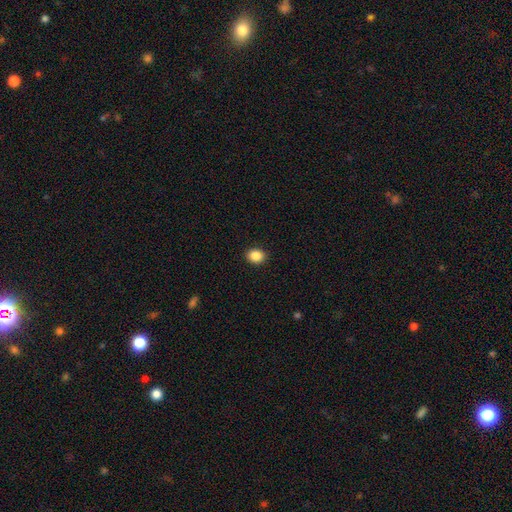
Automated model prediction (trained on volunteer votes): Smooth or featured?
  - smooth: 88% *
  - star or artifact: 9%
  - featured or disk: 3%
How rounded?
  - round: 54% *
  - in between: 45%
  - cigar-shaped: 1%
Merging?
  - none: 91% *
  - minor disturbance: 6%
  - major disturbance: 2%
  - merger: 1%